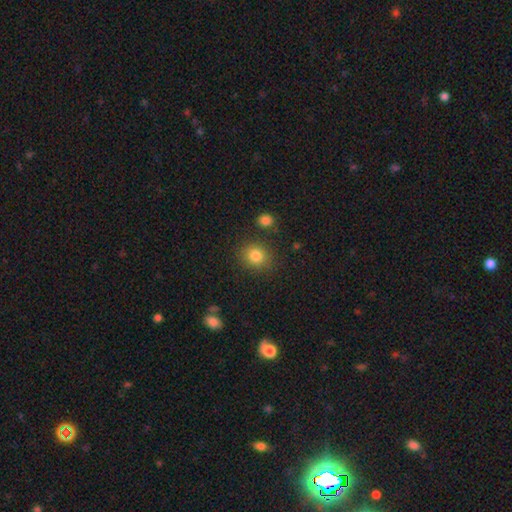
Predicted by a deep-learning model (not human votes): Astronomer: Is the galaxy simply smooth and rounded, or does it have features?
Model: smooth — 83%.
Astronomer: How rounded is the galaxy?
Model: round — 77%.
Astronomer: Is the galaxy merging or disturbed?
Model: none — 84%.